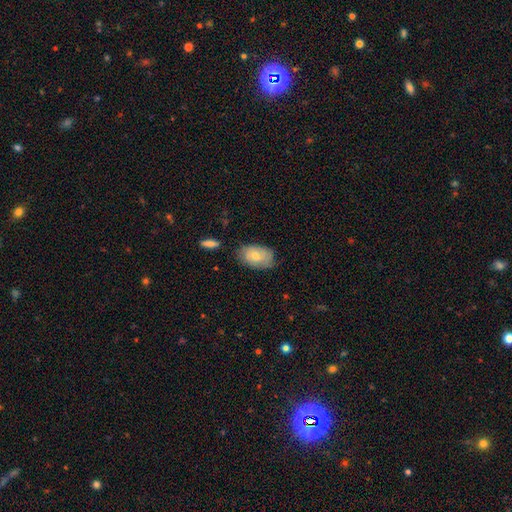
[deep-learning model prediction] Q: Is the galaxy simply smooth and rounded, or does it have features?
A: smooth — 72%.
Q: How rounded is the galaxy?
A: in between — 90%.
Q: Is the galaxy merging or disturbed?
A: none — 70%.